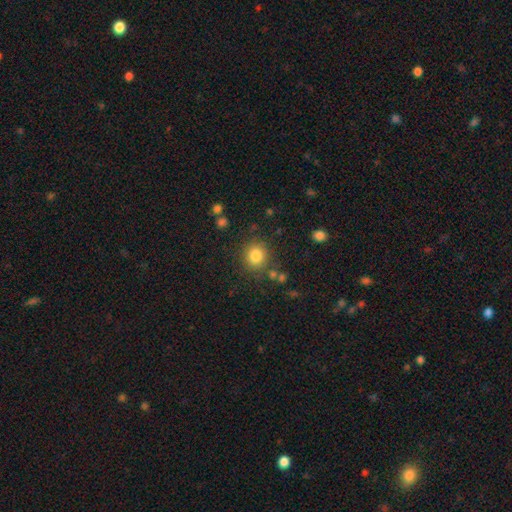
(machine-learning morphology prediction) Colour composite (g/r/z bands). It shows a smooth galaxy with no disk features (82%) that is round (86%). Merging: none (83%).